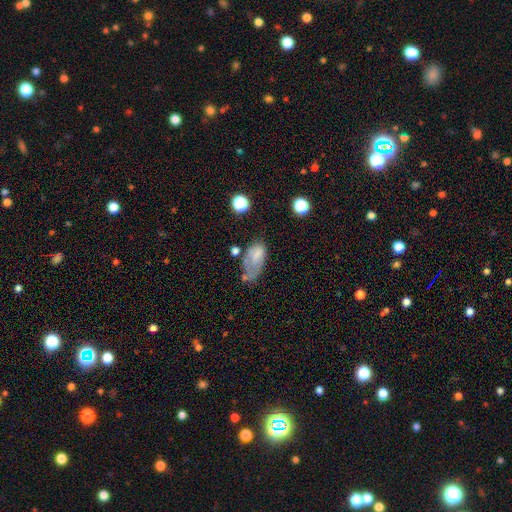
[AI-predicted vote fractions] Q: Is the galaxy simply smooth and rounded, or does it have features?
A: smooth — 59%.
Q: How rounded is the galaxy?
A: in between — 91%.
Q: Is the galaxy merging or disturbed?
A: none — 30%, tied with minor disturbance.